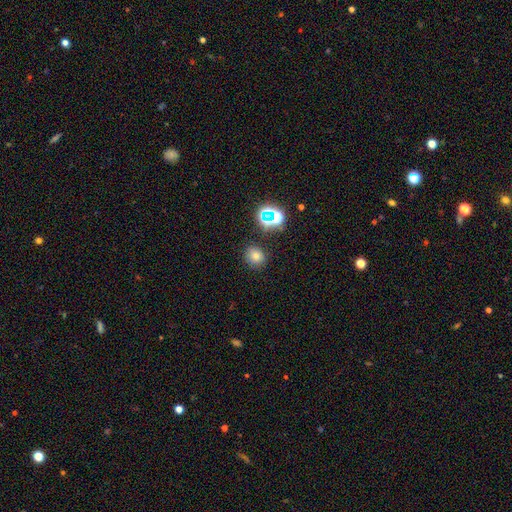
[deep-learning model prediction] Smooth or featured?
  - smooth: 67% *
  - star or artifact: 24%
  - featured or disk: 9%
How rounded?
  - round: 82% *
  - in between: 17%
  - cigar-shaped: 1%
Merging?
  - none: 83% *
  - minor disturbance: 9%
  - merger: 5%
  - major disturbance: 3%